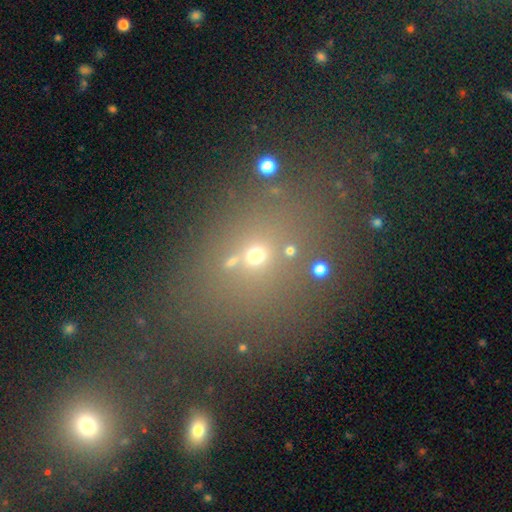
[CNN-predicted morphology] Smooth or featured?
  - smooth: 53% *
  - star or artifact: 33%
  - featured or disk: 14%
How rounded?
  - round: 52% *
  - in between: 45%
  - cigar-shaped: 3%
Merging?
  - none: 69% *
  - minor disturbance: 13%
  - merger: 11%
  - major disturbance: 7%